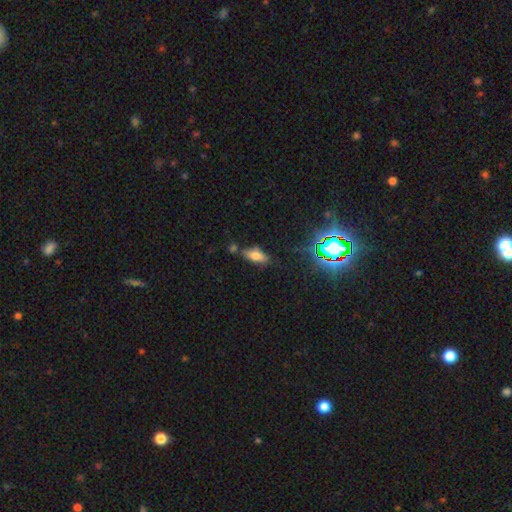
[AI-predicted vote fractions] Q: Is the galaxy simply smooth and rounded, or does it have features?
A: smooth — 68%.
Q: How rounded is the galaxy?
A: in between — 80%.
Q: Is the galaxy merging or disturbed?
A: none — 63%.